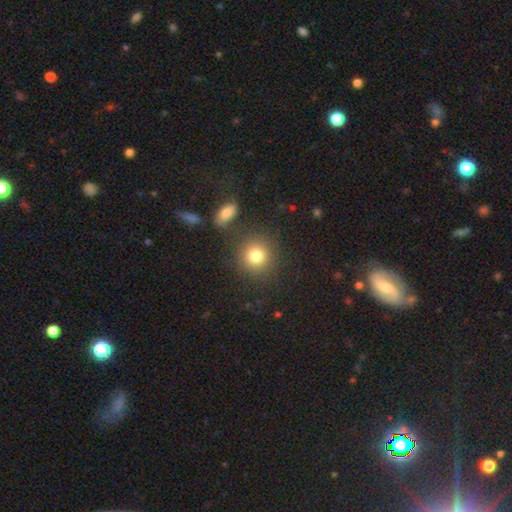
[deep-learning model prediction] smooth-or-featured: smooth: 81% | star or artifact: 11% | featured or disk: 8%
  how-rounded: round: 88% | in between: 11% | cigar-shaped: 1%
  merging: none: 81% | minor disturbance: 9% | merger: 6% | major disturbance: 4%